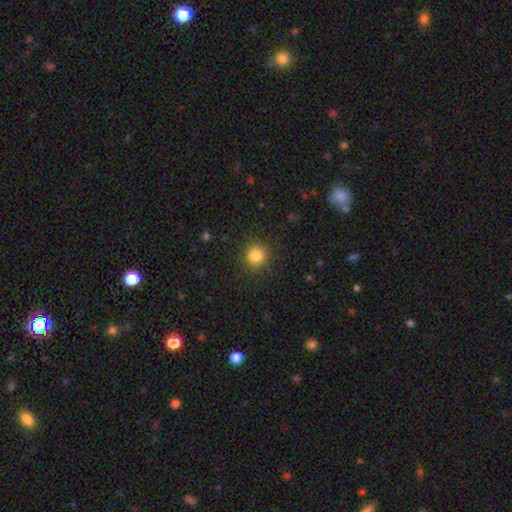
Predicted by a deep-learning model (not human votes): Smooth or featured? smooth (84%)
How rounded? round (91%)
Merging? none (89%)